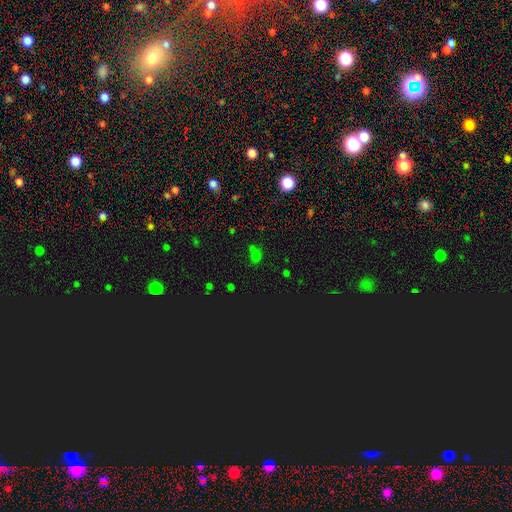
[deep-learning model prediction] Smooth or featured: smooth — 50% (star or artifact — 42%)
How rounded: round — 66% (in between — 33%)
Merging: none — 57% (merger — 27%)